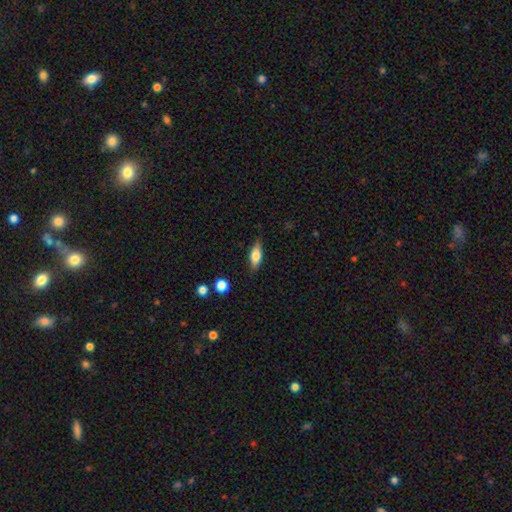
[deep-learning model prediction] A smooth galaxy with no disk features (71%) that is in between round and cigar-shaped (72%). Merging: none (80%).